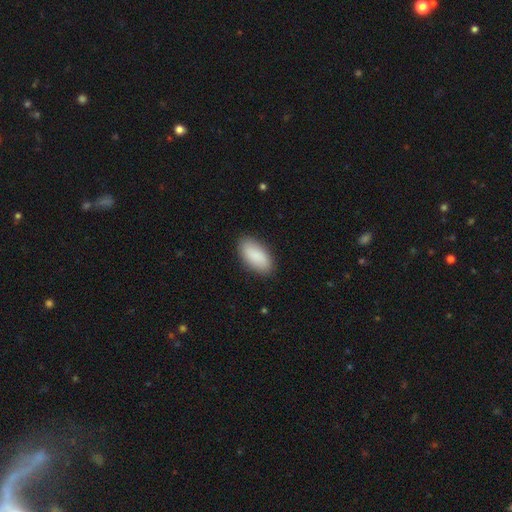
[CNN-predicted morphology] Q: Smooth or featured?
A: smooth (88%); runner-up: featured or disk (7%)
Q: How rounded?
A: in between (92%); runner-up: cigar-shaped (6%)
Q: Merging?
A: none (87%); runner-up: minor disturbance (9%)